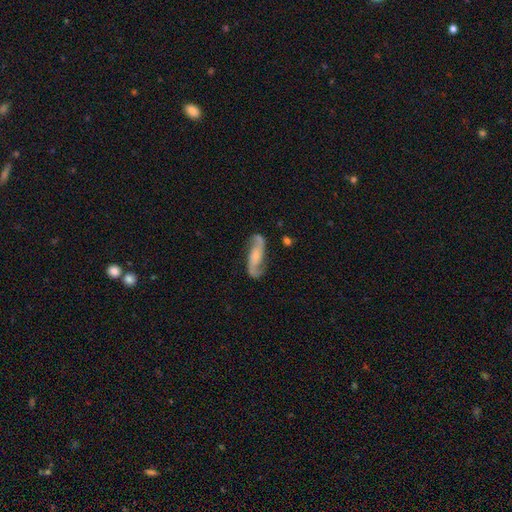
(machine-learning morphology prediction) type=featured or disk (80%); edge-on=no (91%); bar=no (50%); spiral arms=yes (96%); winding=loose (50%); arm count=2 (92%); bulge=small (47%); merging=none (77%).